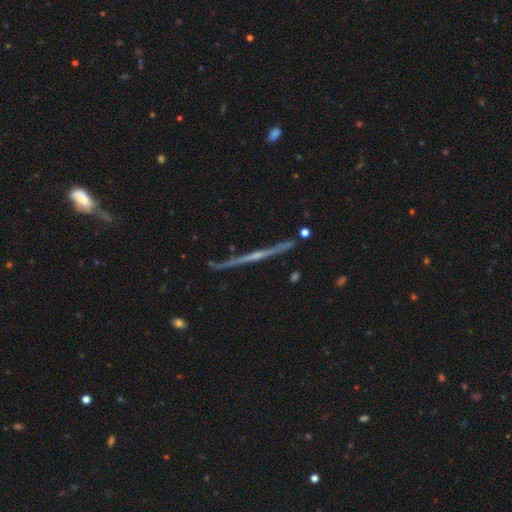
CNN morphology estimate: The model was most divided on "edge-on bulge": rounded: 46%, none: 45%, boxy: 9%. More confident: edge-on disk — yes (98%); merging — none (84%); smooth or featured — featured or disk (81%).